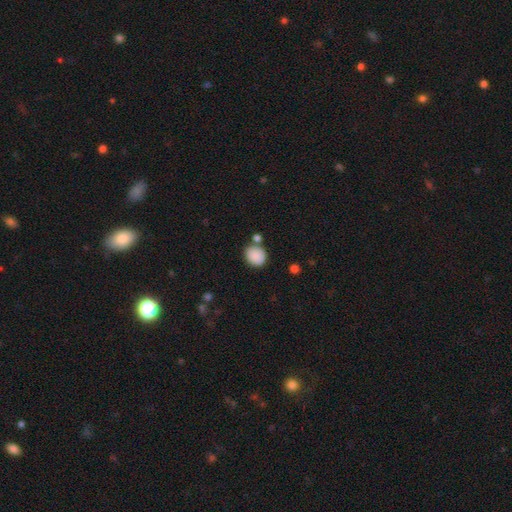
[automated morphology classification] Q: Smooth or featured?
A: smooth (87%); runner-up: star or artifact (8%)
Q: How rounded?
A: round (66%); runner-up: in between (33%)
Q: Merging?
A: none (69%); runner-up: merger (14%)